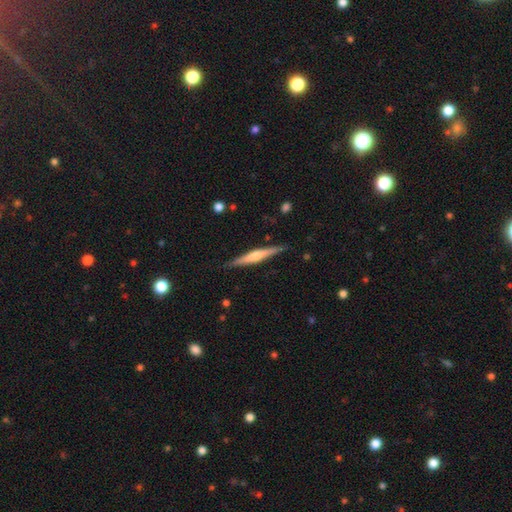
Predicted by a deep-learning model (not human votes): This is likely a featured or disk galaxy (63%). It is clearly viewed edge-on (97%). Edge-on bulge: likely rounded (76%). Merging: clearly none (88%).